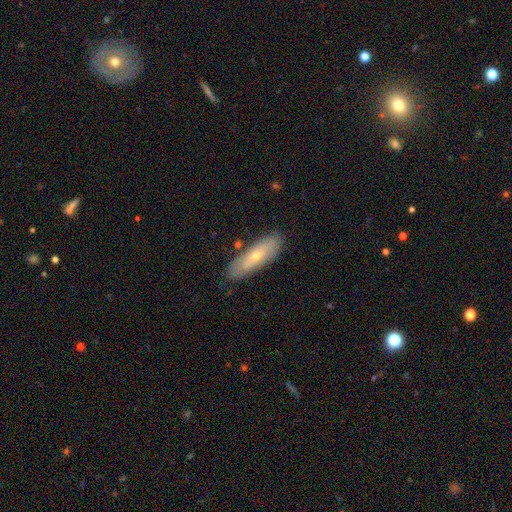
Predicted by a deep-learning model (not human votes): smooth 48%, featured or disk 45%, star or artifact 7%. Down the decision tree: merging — none (83%).